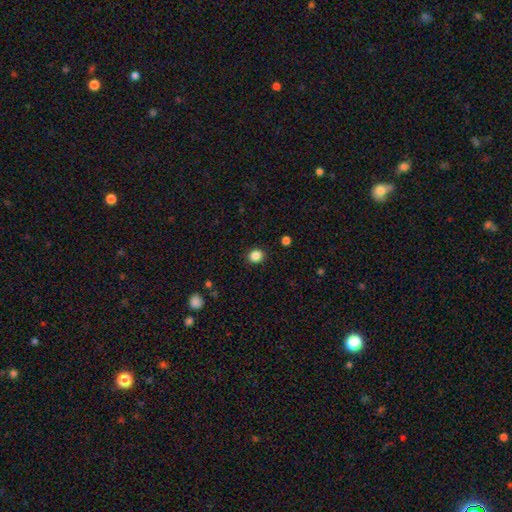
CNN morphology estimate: This appears to be a smooth galaxy with no disk features (85%) that is round (78%). Merging: none (90%).